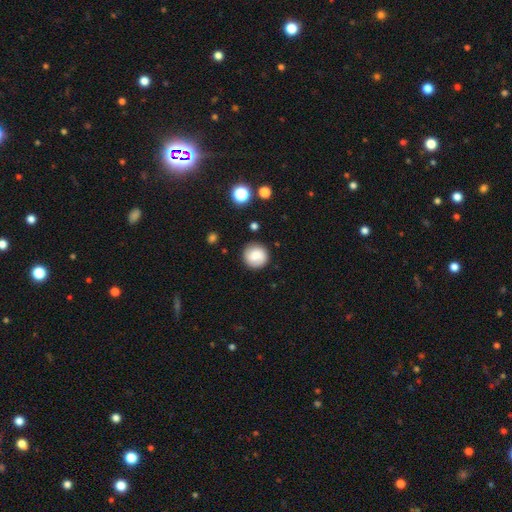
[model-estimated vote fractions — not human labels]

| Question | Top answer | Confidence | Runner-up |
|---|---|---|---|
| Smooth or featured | smooth | 73% | featured or disk (19%) |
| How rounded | round | 93% | in between (6%) |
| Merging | none | 84% | minor disturbance (11%) |